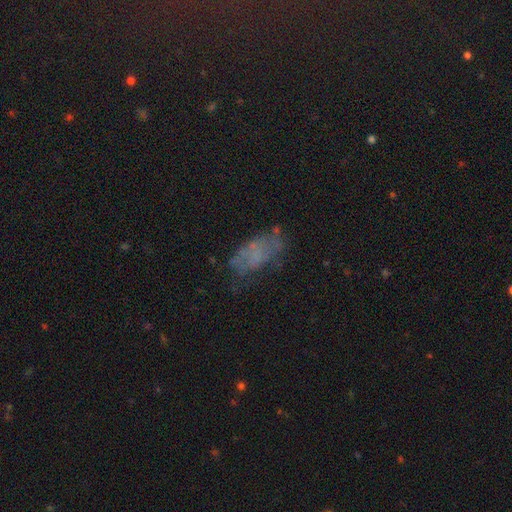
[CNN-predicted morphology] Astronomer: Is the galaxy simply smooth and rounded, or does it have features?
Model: smooth — 44% (runner-up: featured or disk, 37%).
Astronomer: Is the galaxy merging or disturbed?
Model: none — 54%.